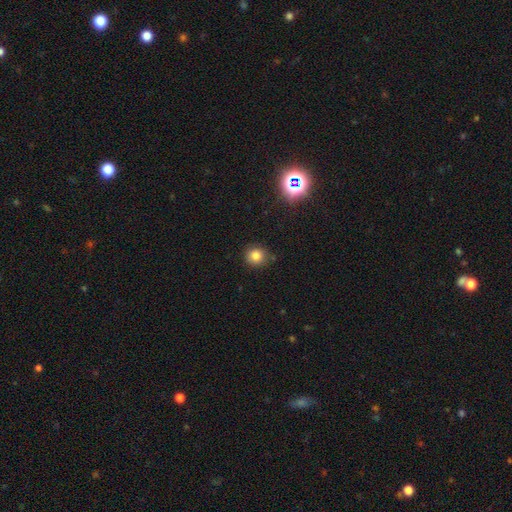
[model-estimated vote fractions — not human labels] Morphology: type=smooth (80%); roundness=round (89%); merging=none (85%).